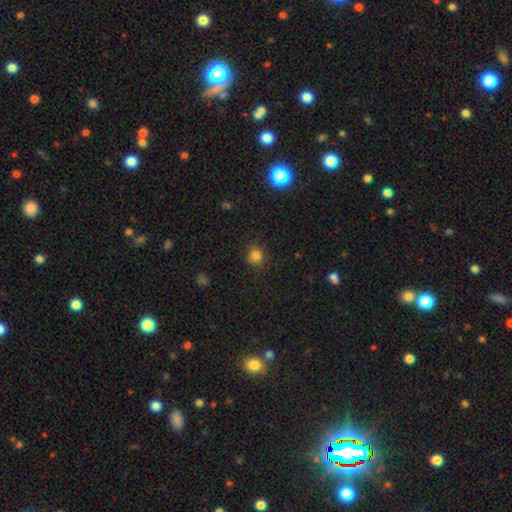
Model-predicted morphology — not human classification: Smooth or featured?
  - smooth: 81% *
  - star or artifact: 14%
  - featured or disk: 5%
How rounded?
  - round: 85% *
  - in between: 14%
  - cigar-shaped: 1%
Merging?
  - none: 85% *
  - minor disturbance: 11%
  - major disturbance: 3%
  - merger: 1%